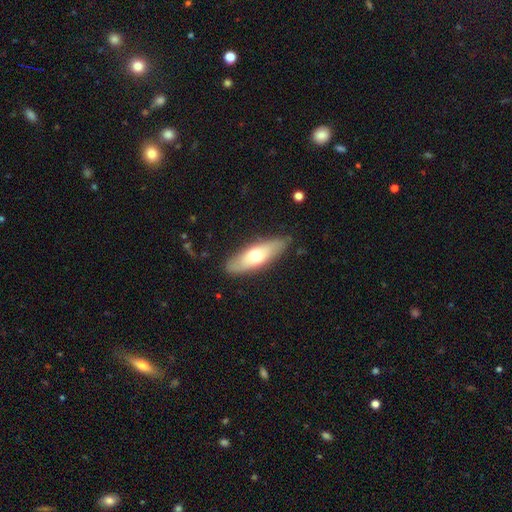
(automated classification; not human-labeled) Smooth or featured? Predicted: smooth (p=0.60). How rounded? Predicted: in between (p=0.53). Merging? Predicted: none (p=0.84).